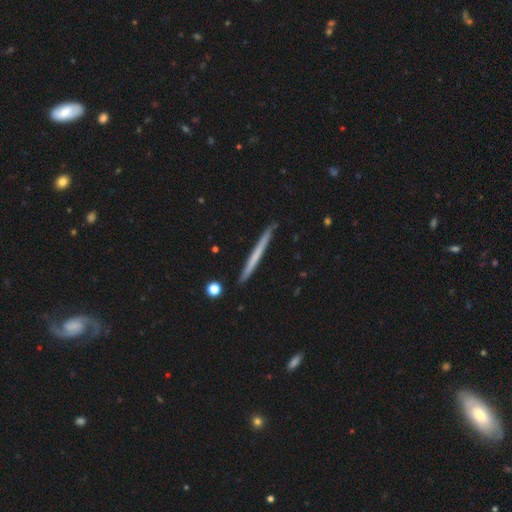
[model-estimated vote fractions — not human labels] Morphology: type=smooth (52%); roundness=cigar-shaped (97%); merging=none (90%).